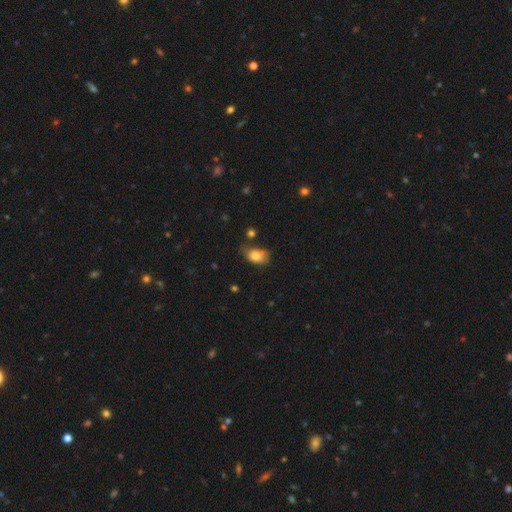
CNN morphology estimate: smooth_or_featured: smooth (p=0.79) [alt: featured or disk p=0.12]
how_rounded: in between (p=0.85) [alt: round p=0.13]
merging: none (p=0.42) [alt: minor disturbance p=0.37]